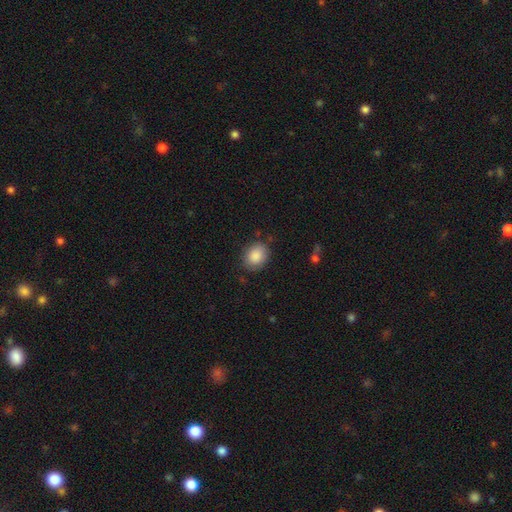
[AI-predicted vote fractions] smooth-or-featured: smooth: 88% | star or artifact: 7% | featured or disk: 4%
  how-rounded: in between: 51% | round: 48% | cigar-shaped: 1%
  merging: none: 82% | minor disturbance: 13% | major disturbance: 3% | merger: 1%